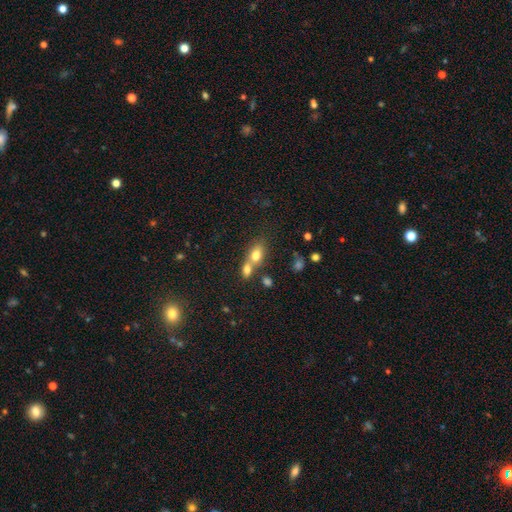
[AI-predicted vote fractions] smooth 74%, featured or disk 15%, star or artifact 11%. Down the decision tree: how rounded — in between (72%); merging — merger (61%).